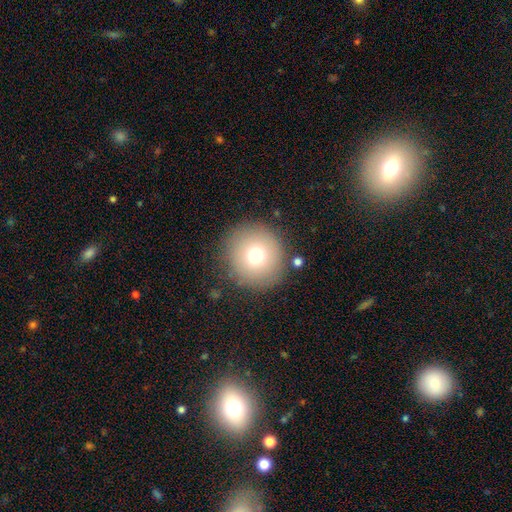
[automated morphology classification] Q: Smooth or featured?
A: smooth (74%); runner-up: star or artifact (14%)
Q: How rounded?
A: round (95%); runner-up: in between (4%)
Q: Merging?
A: none (88%); runner-up: minor disturbance (7%)